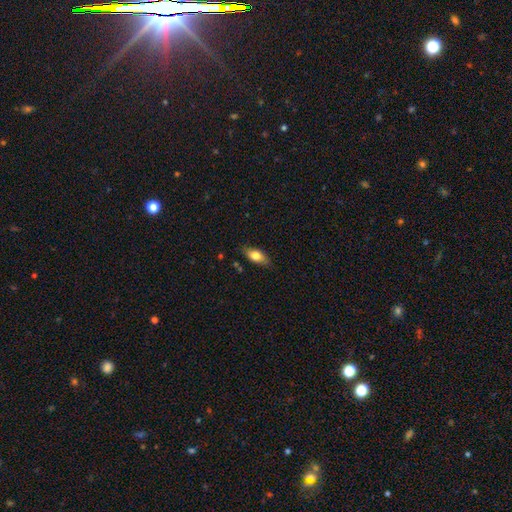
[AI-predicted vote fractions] smooth-or-featured: smooth: 73% | featured or disk: 20% | star or artifact: 7%
  how-rounded: in between: 82% | cigar-shaped: 14% | round: 4%
  merging: none: 79% | minor disturbance: 16% | major disturbance: 3% | merger: 1%